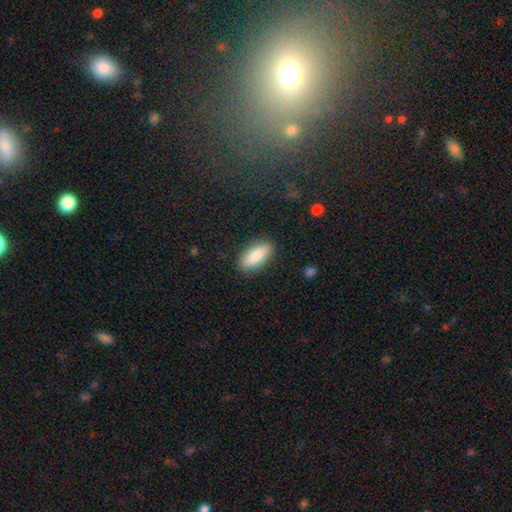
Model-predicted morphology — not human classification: The model was most divided on "how rounded": in between: 81%, cigar-shaped: 17%, round: 2%. More confident: merging — none (87%); smooth or featured — smooth (83%).